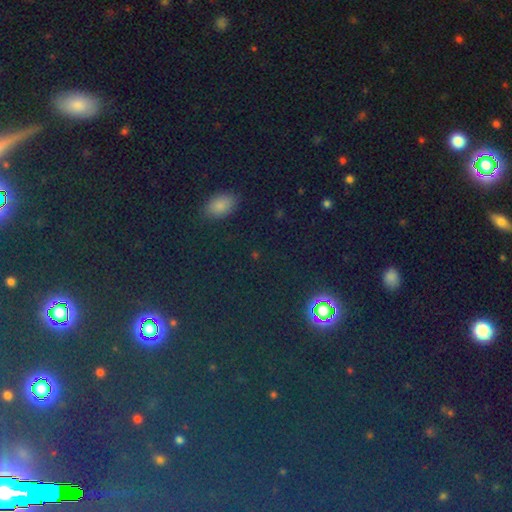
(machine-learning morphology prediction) Smooth or featured?
  - smooth: 50% *
  - star or artifact: 42%
  - featured or disk: 8%
Merging?
  - none: 88% *
  - minor disturbance: 7%
  - major disturbance: 3%
  - merger: 2%